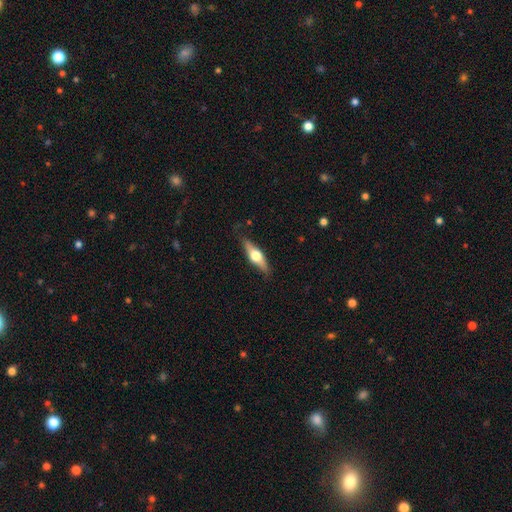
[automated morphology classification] This is possibly a featured or disk galaxy (56%). It is clearly viewed edge-on (92%). Edge-on bulge: clearly rounded (95%). Merging: clearly none (84%).